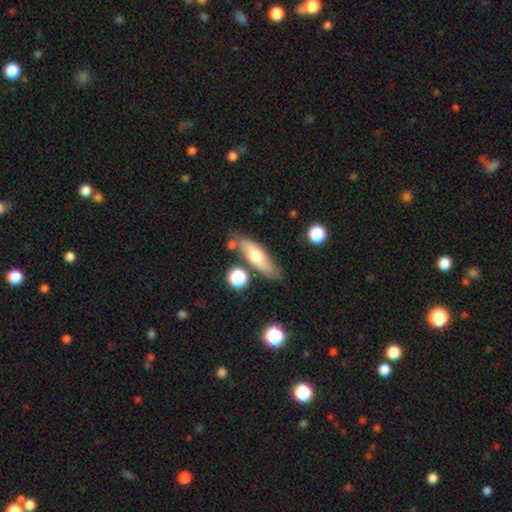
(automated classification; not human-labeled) smooth_or_featured: smooth (p=0.62) [alt: featured or disk p=0.31]
how_rounded: cigar-shaped (p=0.50) [alt: in between p=0.47]
merging: none (p=0.73) [alt: minor disturbance p=0.16]